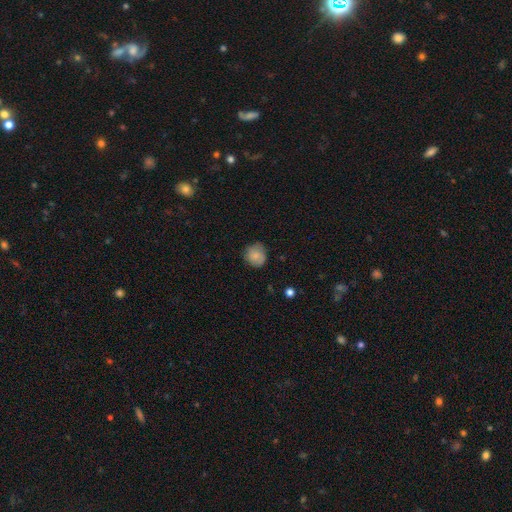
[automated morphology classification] smooth_or_featured: smooth (p=0.83) [alt: featured or disk p=0.09]
how_rounded: round (p=0.88) [alt: in between p=0.11]
merging: none (p=0.76) [alt: minor disturbance p=0.19]